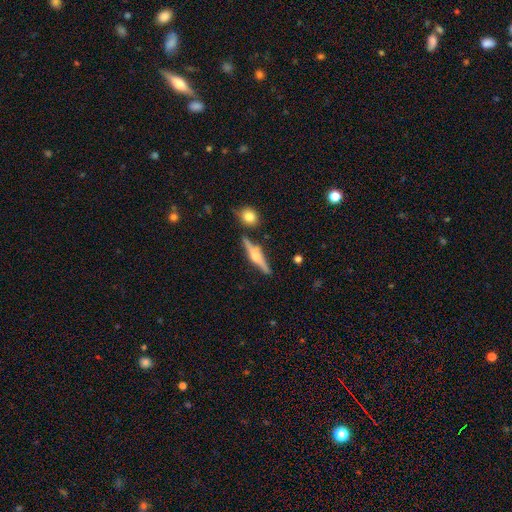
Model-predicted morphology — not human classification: This is likely a featured or disk galaxy (72%). It is clearly viewed edge-on (97%). Edge-on bulge: clearly rounded (90%). Merging: clearly none (82%).